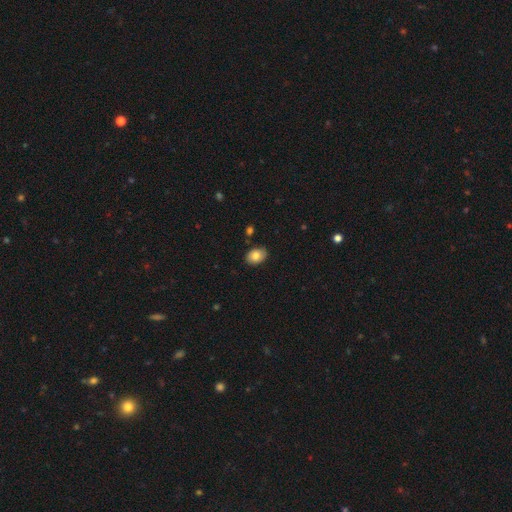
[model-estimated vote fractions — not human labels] Smooth or featured: smooth — 81% (featured or disk — 12%)
How rounded: in between — 81% (round — 18%)
Merging: none — 85% (minor disturbance — 11%)